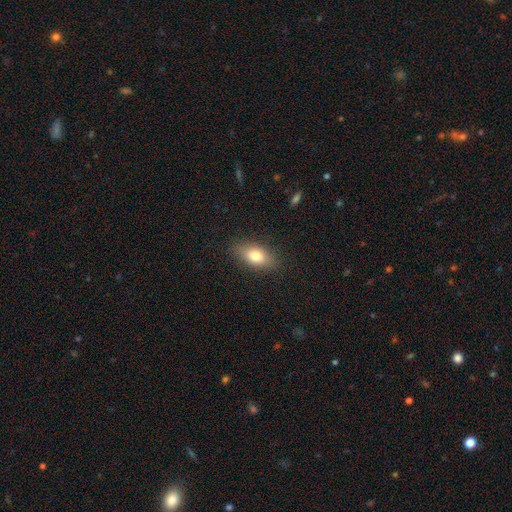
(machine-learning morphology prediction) A smooth galaxy with no disk features (77%) that is in between round and cigar-shaped (85%).

Vote fractions:
- Smooth or featured? smooth: 77% / featured or disk: 14% / star or artifact: 8%
- How rounded? in between: 85% / round: 8% / cigar-shaped: 7%
- Merging? none: 85% / minor disturbance: 11% / major disturbance: 3% / merger: 1%